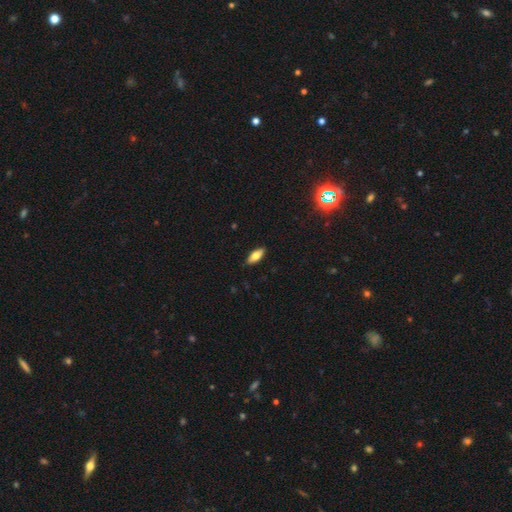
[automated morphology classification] Smooth or featured?
  - smooth: 70% *
  - featured or disk: 24%
  - star or artifact: 7%
How rounded?
  - in between: 79% *
  - cigar-shaped: 19%
  - round: 2%
Merging?
  - none: 88% *
  - minor disturbance: 10%
  - major disturbance: 2%
  - merger: 1%